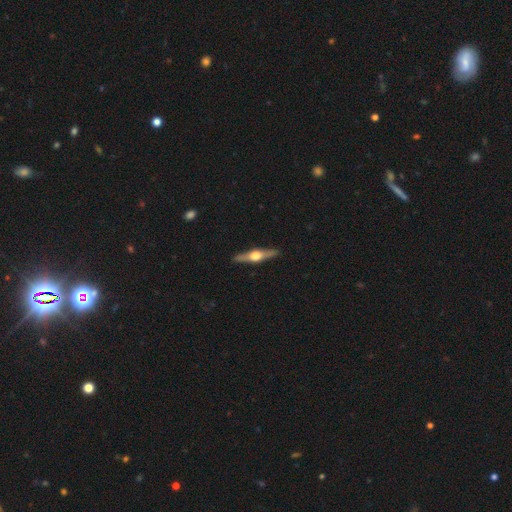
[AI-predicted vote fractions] A featured or disk galaxy (76%) viewed edge-on (97%) with a rounded central bulge (95%). Merging: none (91%).